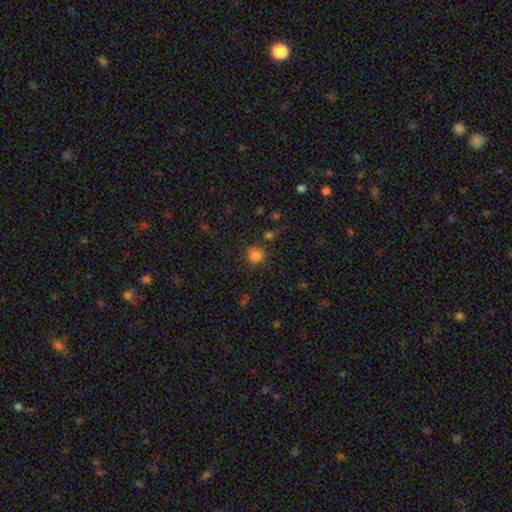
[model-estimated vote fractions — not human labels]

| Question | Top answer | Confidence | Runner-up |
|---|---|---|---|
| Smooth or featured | smooth | 80% | star or artifact (15%) |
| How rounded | round | 89% | in between (10%) |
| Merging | none | 78% | minor disturbance (13%) |